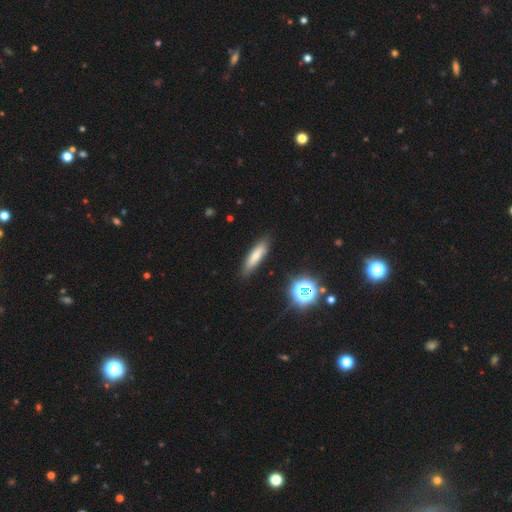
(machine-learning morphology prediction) Smooth or featured: smooth — 73% (featured or disk — 16%)
How rounded: cigar-shaped — 69% (in between — 29%)
Merging: none — 85% (minor disturbance — 10%)